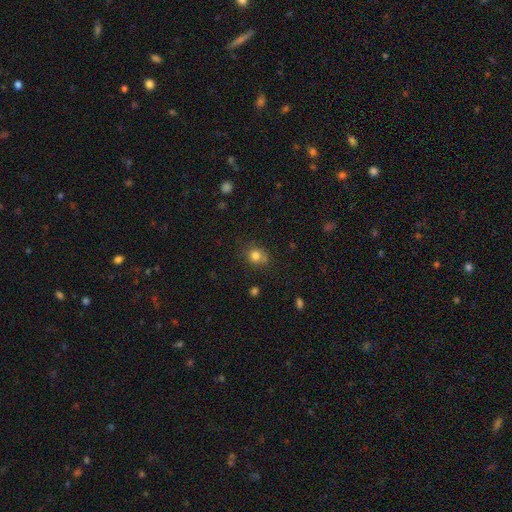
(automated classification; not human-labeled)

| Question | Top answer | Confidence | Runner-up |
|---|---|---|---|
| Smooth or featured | smooth | 80% | star or artifact (12%) |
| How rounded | round | 69% | in between (30%) |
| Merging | none | 65% | minor disturbance (22%) |